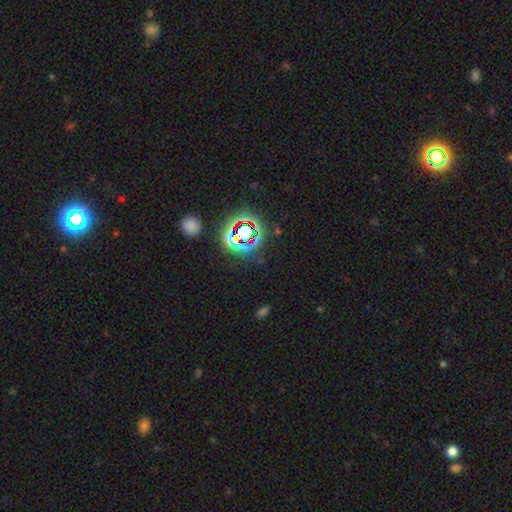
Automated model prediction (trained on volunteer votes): Smooth or featured: star or artifact — 75% (smooth — 16%)